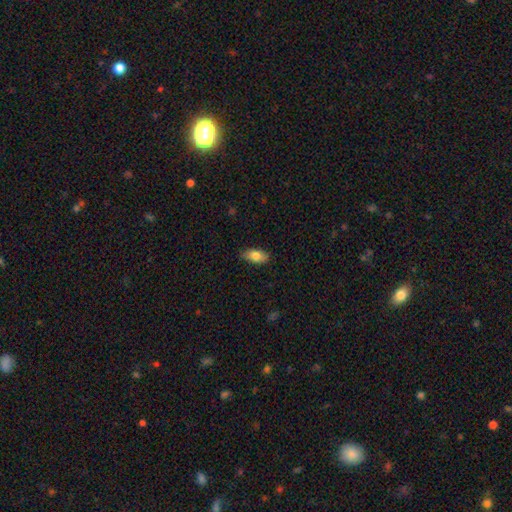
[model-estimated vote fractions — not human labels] smooth-or-featured: smooth: 80% | featured or disk: 13% | star or artifact: 7%
  how-rounded: in between: 89% | cigar-shaped: 8% | round: 3%
  merging: none: 83% | minor disturbance: 14% | major disturbance: 2% | merger: 1%